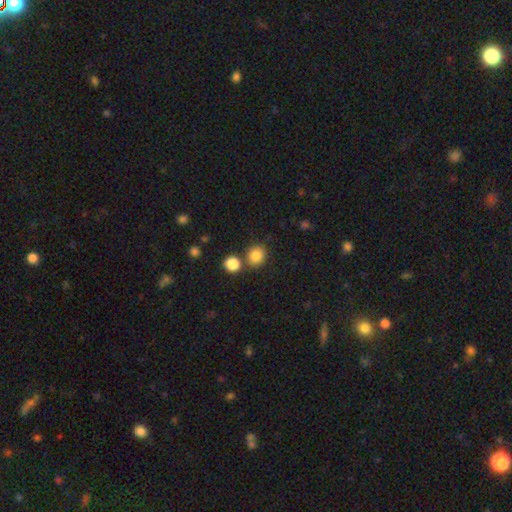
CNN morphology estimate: Smooth or featured? Predicted: smooth (p=0.85). How rounded? Predicted: round (p=0.75). Merging? Predicted: none (p=0.72).